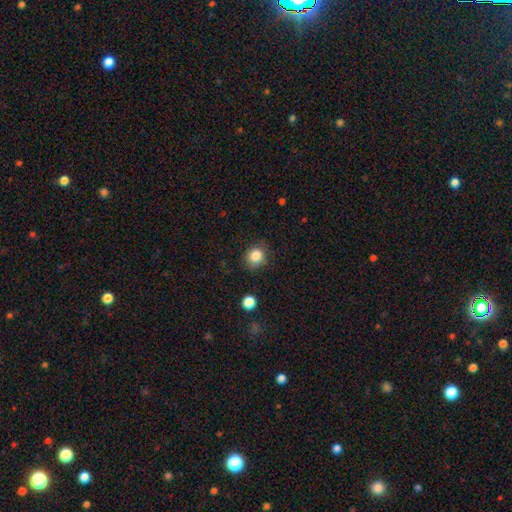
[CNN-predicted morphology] Smooth or featured? Predicted: smooth (p=0.84). How rounded? Predicted: round (p=0.80). Merging? Predicted: none (p=0.82).